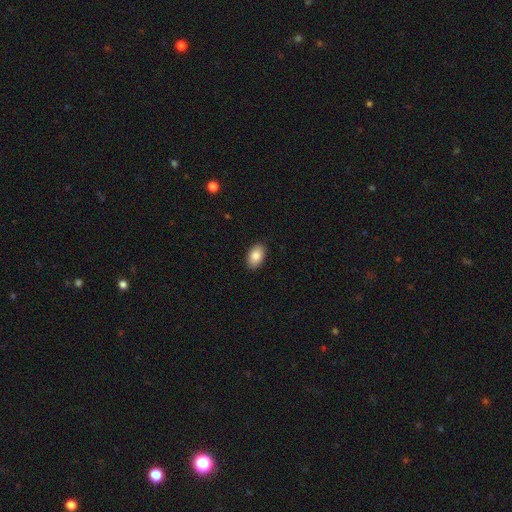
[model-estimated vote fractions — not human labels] Smooth or featured: smooth — 86% (featured or disk — 7%)
How rounded: in between — 92% (round — 6%)
Merging: none — 90% (minor disturbance — 7%)